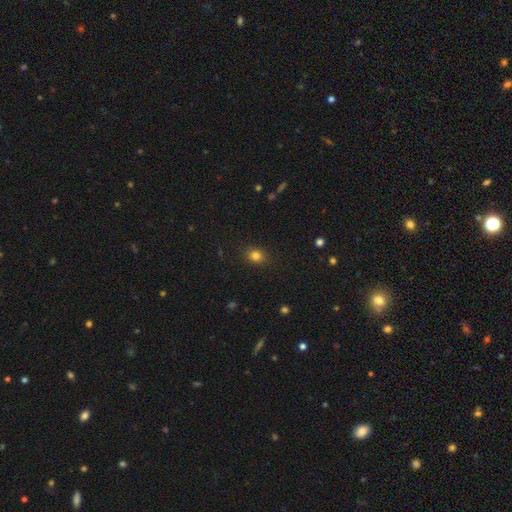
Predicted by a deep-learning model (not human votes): Smooth or featured?
  - smooth: 80% *
  - star or artifact: 14%
  - featured or disk: 6%
How rounded?
  - round: 64% *
  - in between: 35%
  - cigar-shaped: 1%
Merging?
  - none: 87% *
  - minor disturbance: 9%
  - major disturbance: 3%
  - merger: 1%